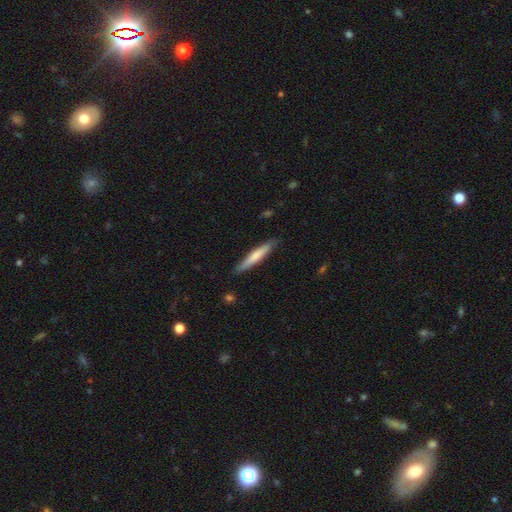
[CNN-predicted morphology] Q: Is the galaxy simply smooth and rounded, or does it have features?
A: smooth — 64%.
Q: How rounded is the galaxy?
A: cigar-shaped — 93%.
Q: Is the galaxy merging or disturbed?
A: none — 86%.